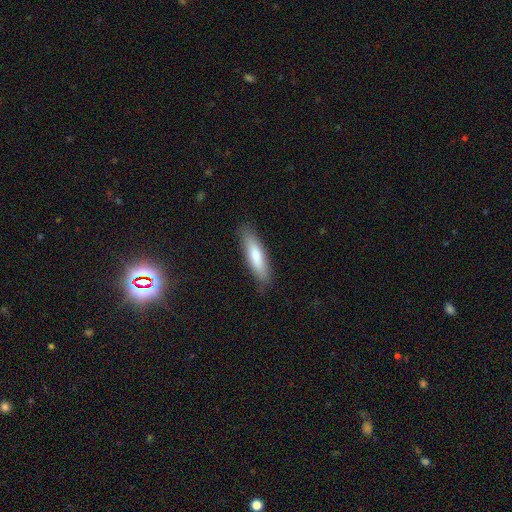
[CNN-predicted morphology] Smooth or featured? Predicted: smooth (p=0.73). How rounded? Predicted: cigar-shaped (p=0.68). Merging? Predicted: none (p=0.84).